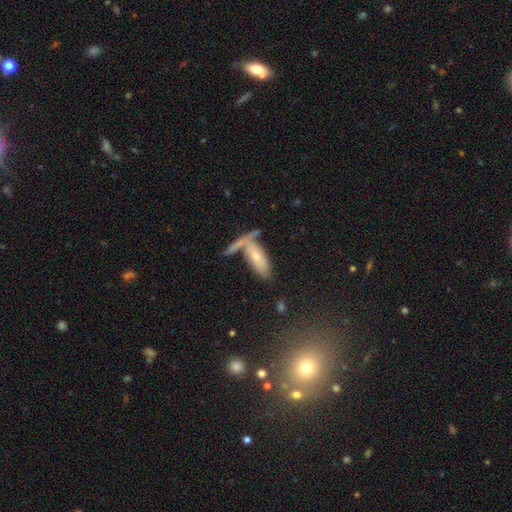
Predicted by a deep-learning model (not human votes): smooth 54%, featured or disk 36%, star or artifact 10%. Down the decision tree: how rounded — in between (58%); merging — none (44%).